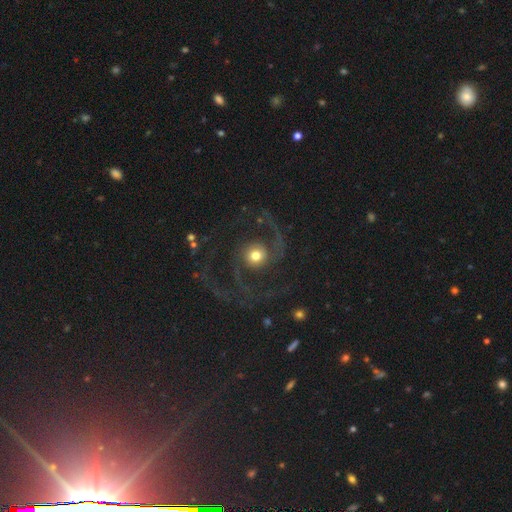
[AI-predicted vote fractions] Smooth or featured: featured or disk — 83% (smooth — 10%)
Edge-on disk: no — 98% (yes — 2%)
Bar: no — 71% (weak — 22%)
Spiral arms: yes — 95% (no — 5%)
Spiral winding: loose — 48% (medium — 43%)
Spiral arm count: 2 — 80% (3 — 7%)
Bulge size: moderate — 58% (small — 20%)
Merging: none — 66% (major disturbance — 19%)